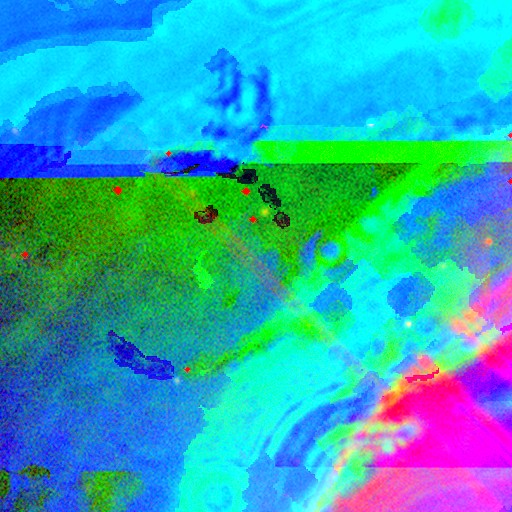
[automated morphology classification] Smooth or featured? Predicted: star or artifact (p=0.86).